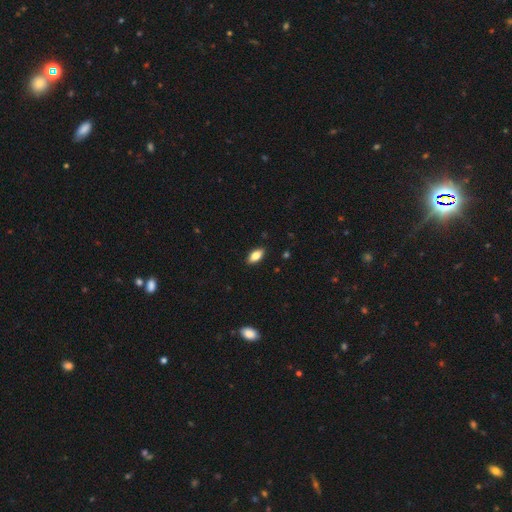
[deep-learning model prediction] A smooth galaxy with no disk features (79%) that is in between round and cigar-shaped (89%). Merging: none (89%).